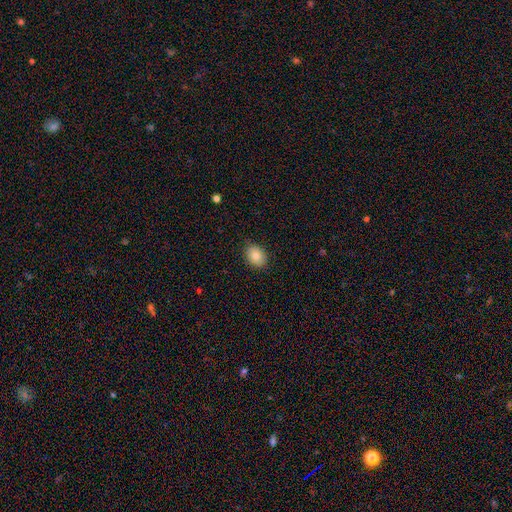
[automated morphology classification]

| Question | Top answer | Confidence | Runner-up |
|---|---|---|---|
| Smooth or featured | smooth | 82% | featured or disk (10%) |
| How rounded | in between | 68% | round (31%) |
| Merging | none | 88% | minor disturbance (9%) |